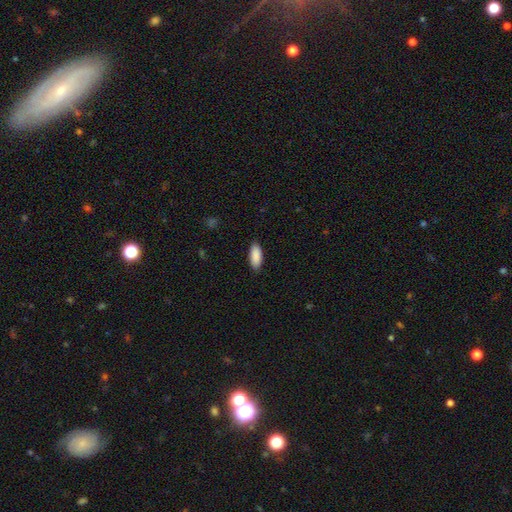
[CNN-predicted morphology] Smooth or featured?
  - smooth: 91% *
  - star or artifact: 5%
  - featured or disk: 4%
How rounded?
  - in between: 83% *
  - cigar-shaped: 16%
  - round: 2%
Merging?
  - none: 88% *
  - minor disturbance: 9%
  - major disturbance: 2%
  - merger: 1%